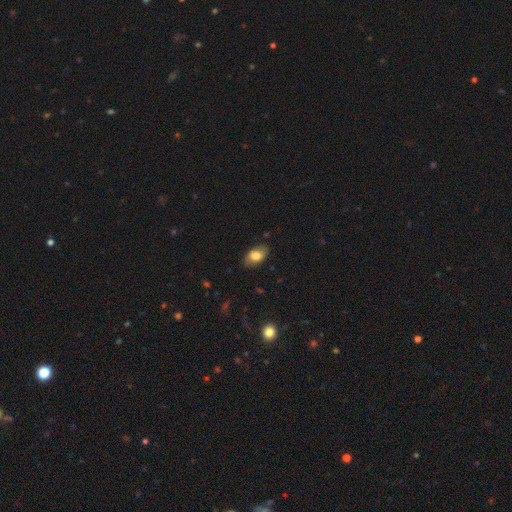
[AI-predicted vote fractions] This appears to be a smooth galaxy with no disk features (76%) that is in between round and cigar-shaped (91%). Merging: none (82%).